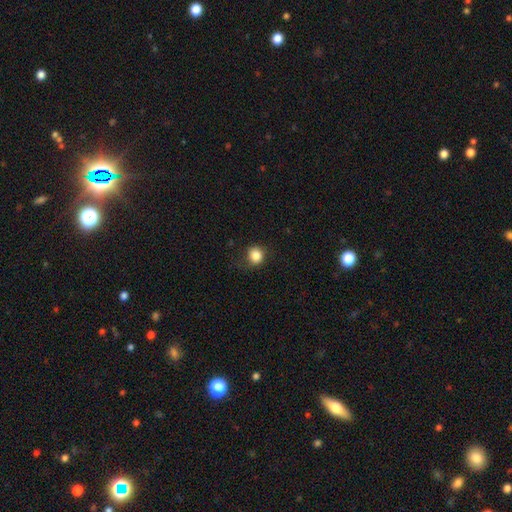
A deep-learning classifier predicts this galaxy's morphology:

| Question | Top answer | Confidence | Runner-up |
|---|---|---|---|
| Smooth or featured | smooth | 85% | star or artifact (11%) |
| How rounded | round | 82% | in between (17%) |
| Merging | none | 76% | minor disturbance (17%) |